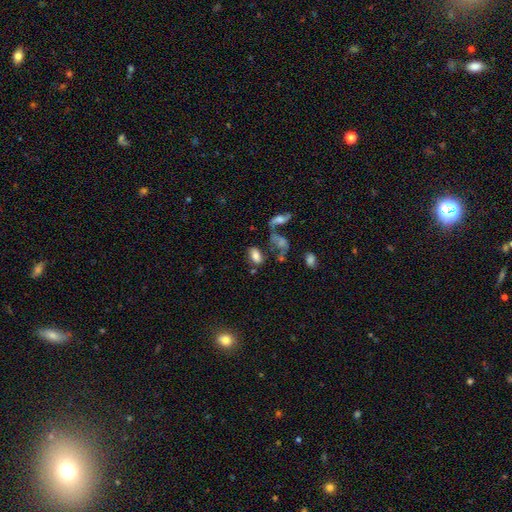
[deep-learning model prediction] This is likely a smooth galaxy (75%). How rounded: clearly in between (91%). Merging: possibly none (59%).